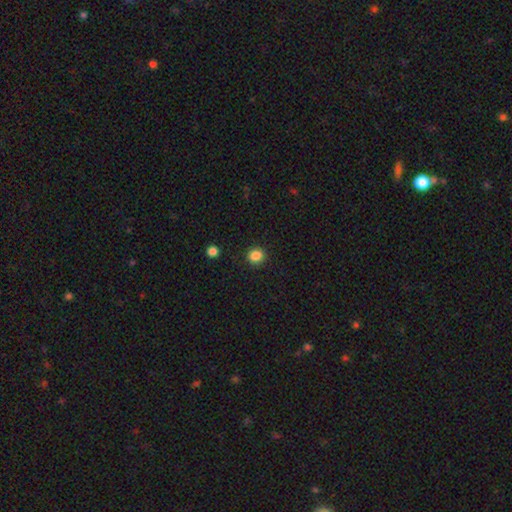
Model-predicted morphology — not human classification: Overall: smooth (86%). How rounded: round (79%). Merging: none (90%).